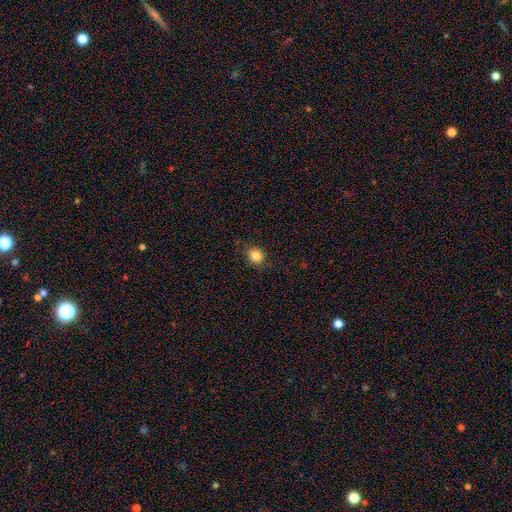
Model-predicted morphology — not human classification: Smooth or featured?
  - smooth: 83% *
  - star or artifact: 11%
  - featured or disk: 6%
How rounded?
  - round: 79% *
  - in between: 20%
  - cigar-shaped: 1%
Merging?
  - none: 84% *
  - minor disturbance: 12%
  - major disturbance: 3%
  - merger: 1%